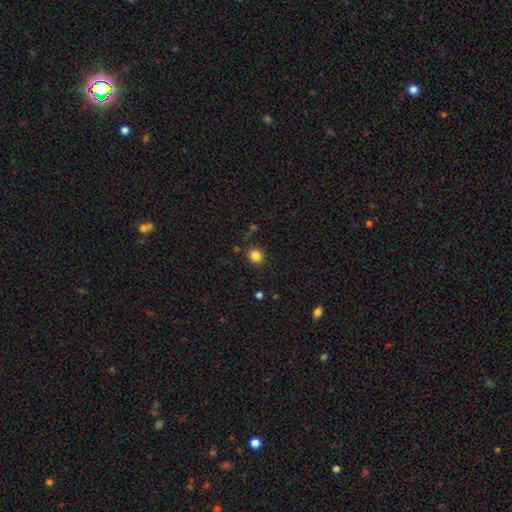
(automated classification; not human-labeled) Morphology: type=smooth (84%); roundness=round (81%); merging=none (86%).